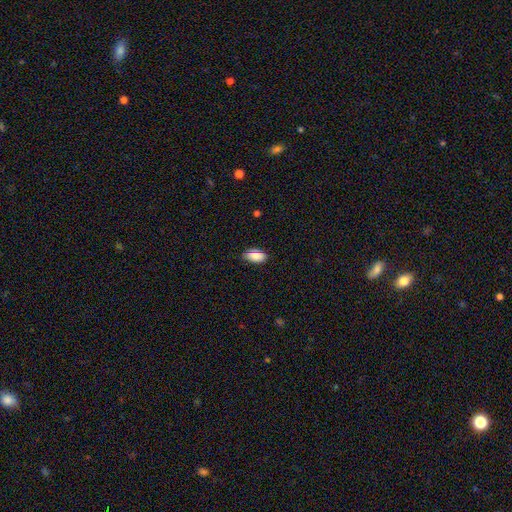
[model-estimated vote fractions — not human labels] Smooth or featured: smooth — 84% (featured or disk — 8%)
How rounded: in between — 92% (cigar-shaped — 5%)
Merging: none — 80% (minor disturbance — 16%)